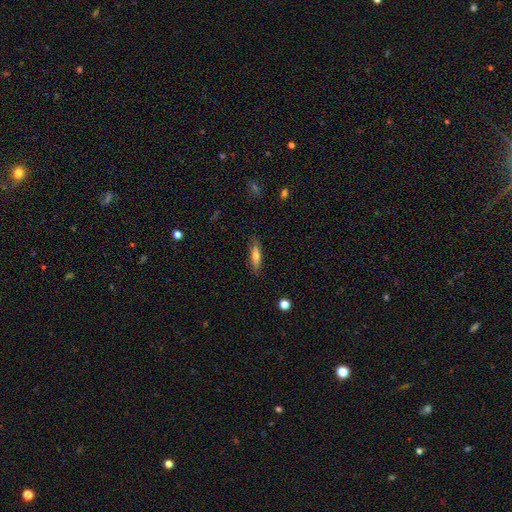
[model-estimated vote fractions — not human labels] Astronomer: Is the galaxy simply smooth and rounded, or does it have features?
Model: smooth — 61%.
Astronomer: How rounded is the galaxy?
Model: cigar-shaped — 64%.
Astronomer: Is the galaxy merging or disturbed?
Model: none — 83%.